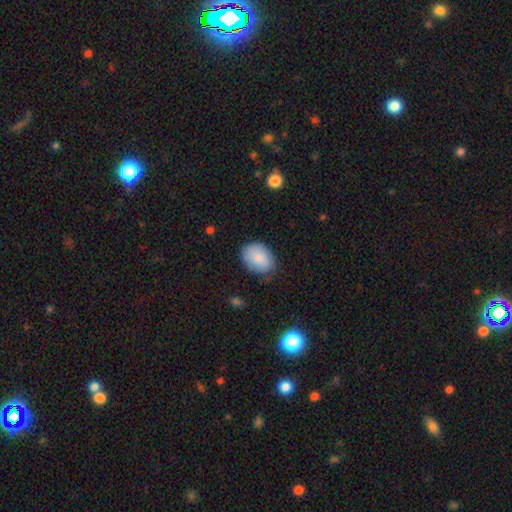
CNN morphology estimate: A smooth galaxy with no disk features (83%) that is in between round and cigar-shaped (73%).

Vote fractions:
- Smooth or featured? smooth: 83% / featured or disk: 10% / star or artifact: 7%
- How rounded? in between: 73% / round: 26% / cigar-shaped: 1%
- Merging? none: 77% / minor disturbance: 19% / major disturbance: 4% / merger: 1%